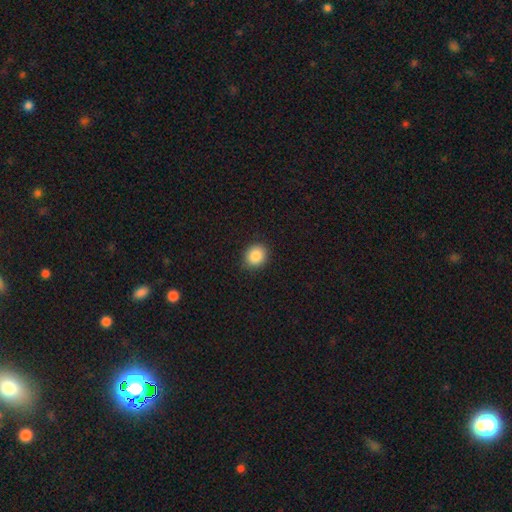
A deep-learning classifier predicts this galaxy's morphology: The model was most divided on "how rounded": round: 74%, in between: 25%, cigar-shaped: 1%. More confident: merging — none (88%); smooth or featured — smooth (87%).